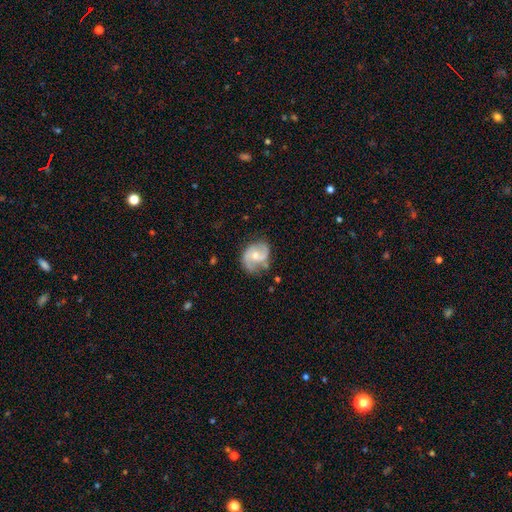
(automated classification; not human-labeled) smooth_or_featured: featured or disk (p=0.75) [alt: smooth p=0.19]
disk_edge_on: no (p=0.98) [alt: yes p=0.02]
bar: no (p=0.57) [alt: weak p=0.37]
has_spiral_arms: yes (p=0.92) [alt: no p=0.08]
spiral_winding: medium (p=0.49) [alt: loose p=0.28]
spiral_arm_count: 2 (p=0.83) [alt: can't tell p=0.08]
bulge_size: moderate (p=0.55) [alt: small p=0.38]
merging: none (p=0.61) [alt: minor disturbance p=0.25]